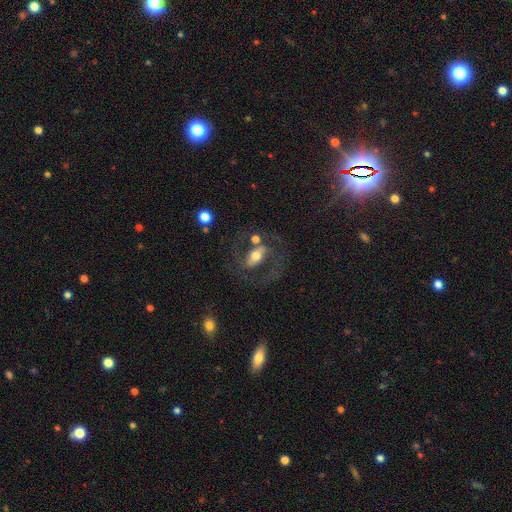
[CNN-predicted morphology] Smooth or featured: featured or disk — 70% (smooth — 22%)
Edge-on disk: no — 93% (yes — 7%)
Bar: strong — 46% (weak — 32%)
Spiral arms: yes — 80% (no — 20%)
Spiral winding: medium — 54% (loose — 27%)
Spiral arm count: 2 — 86% (can't tell — 6%)
Bulge size: moderate — 65% (small — 18%)
Merging: none — 56% (major disturbance — 18%)